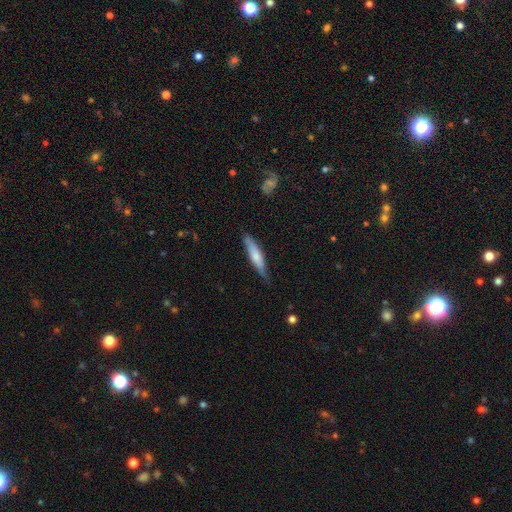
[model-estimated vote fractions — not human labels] This is likely a smooth galaxy (61%). How rounded: clearly cigar-shaped (82%). Merging: likely none (73%).